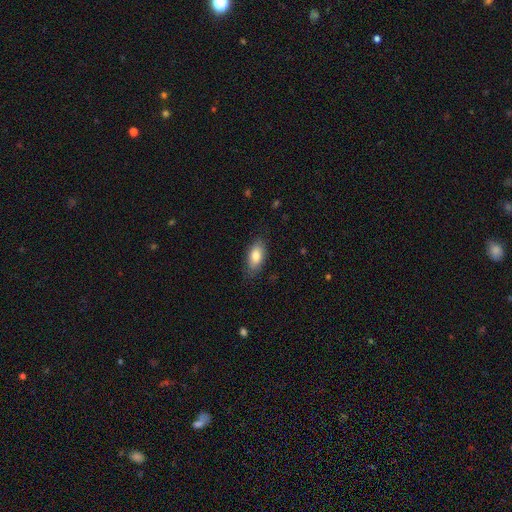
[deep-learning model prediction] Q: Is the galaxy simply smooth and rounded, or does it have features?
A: smooth — 81%.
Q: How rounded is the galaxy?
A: in between — 89%.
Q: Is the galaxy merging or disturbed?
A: none — 79%.